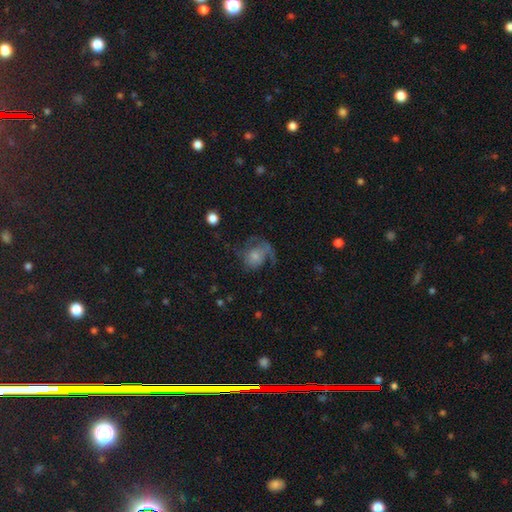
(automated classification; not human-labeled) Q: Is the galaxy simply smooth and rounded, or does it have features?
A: featured or disk — 56%.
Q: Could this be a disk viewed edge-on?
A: no — 98%.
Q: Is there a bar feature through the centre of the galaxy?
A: no — 75%.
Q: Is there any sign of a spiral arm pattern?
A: yes — 76%.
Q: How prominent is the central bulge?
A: small — 42%.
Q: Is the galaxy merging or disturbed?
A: major disturbance — 39%.